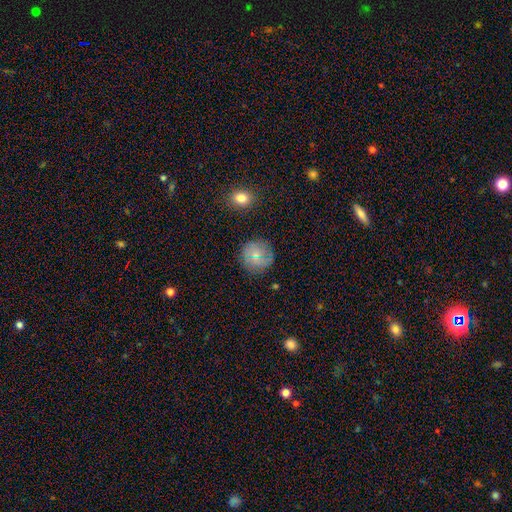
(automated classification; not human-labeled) The model was most divided on "smooth or featured": smooth: 75%, featured or disk: 15%, star or artifact: 10%. More confident: how rounded — round (93%); merging — none (82%).